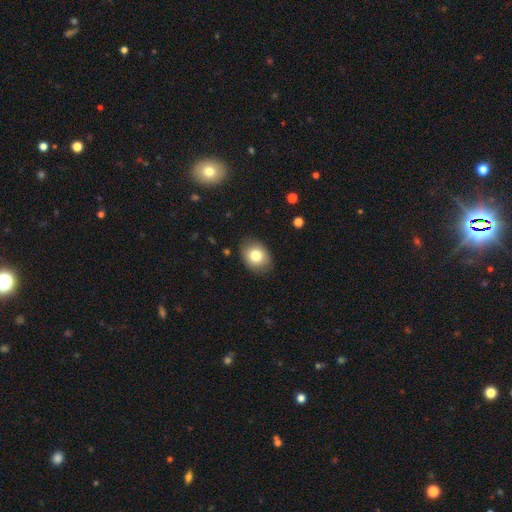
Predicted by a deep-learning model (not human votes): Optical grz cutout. It shows a smooth galaxy with no disk features (81%) that is in between round and cigar-shaped (62%). Merging: none (85%).